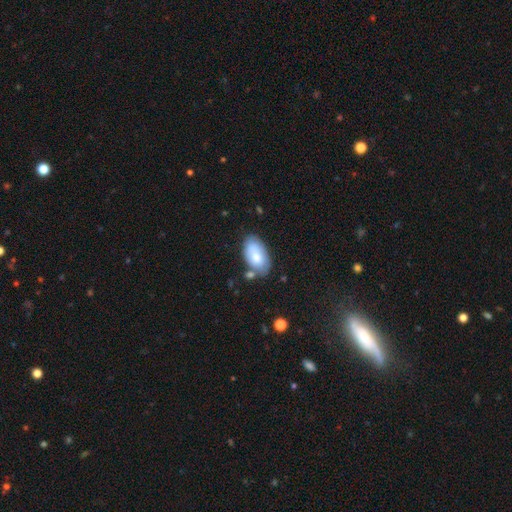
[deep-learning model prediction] smooth_or_featured: smooth (p=0.73) [alt: featured or disk p=0.21]
how_rounded: in between (p=0.94) [alt: round p=0.04]
merging: none (p=0.63) [alt: minor disturbance p=0.21]